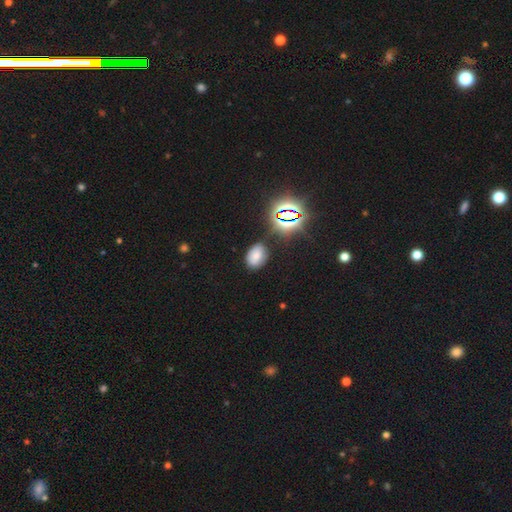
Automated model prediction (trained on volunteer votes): Smooth or featured? smooth (68%)
How rounded? in between (80%)
Merging? none (78%)